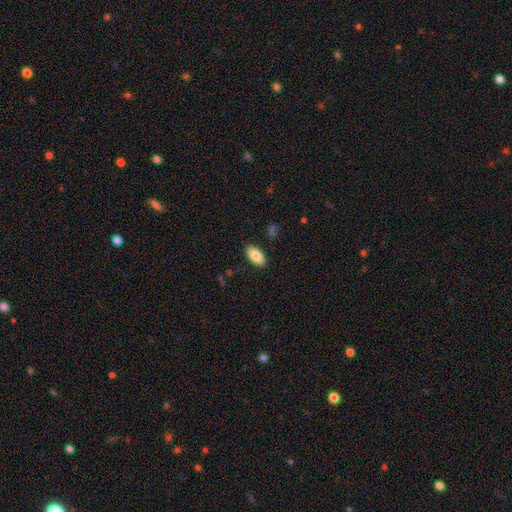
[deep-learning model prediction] Overall: smooth (82%). How rounded: in between (94%). Merging: none (89%).